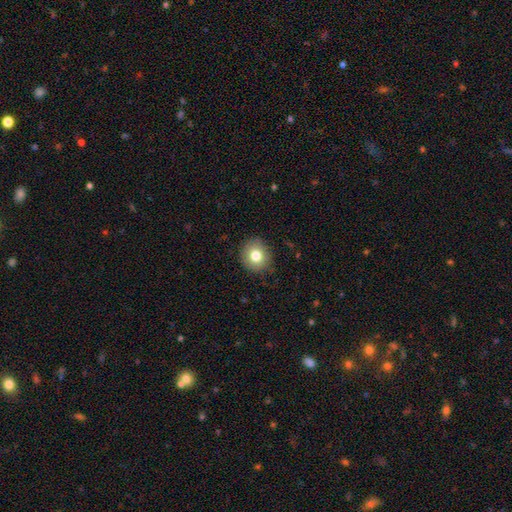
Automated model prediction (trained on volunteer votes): smooth_or_featured: smooth (p=0.79) [alt: featured or disk p=0.10]
how_rounded: round (p=0.86) [alt: in between p=0.13]
merging: none (p=0.88) [alt: minor disturbance p=0.09]